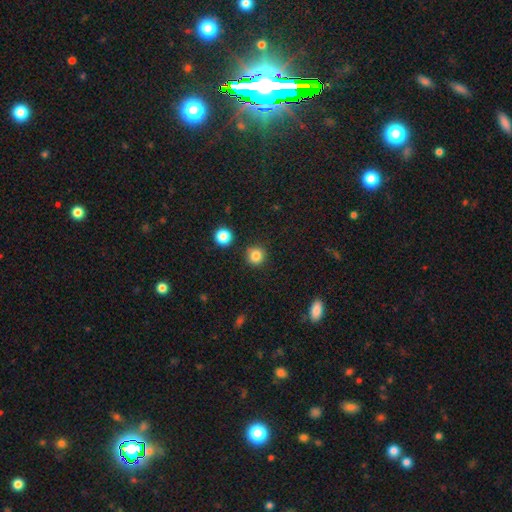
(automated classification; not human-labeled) The model was most divided on "smooth or featured": smooth: 83%, star or artifact: 12%, featured or disk: 5%. More confident: how rounded — round (94%); merging — none (88%).